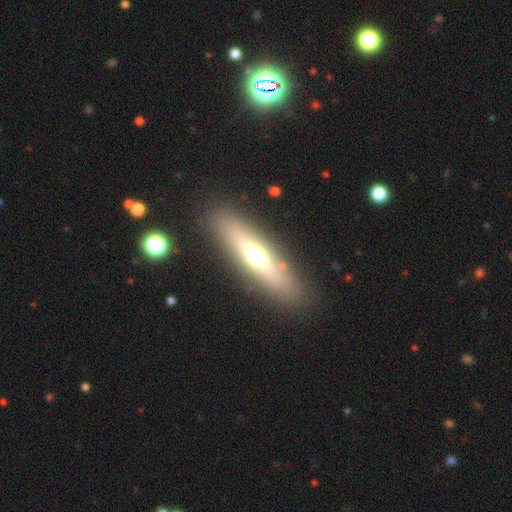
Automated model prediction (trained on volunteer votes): Smooth or featured? smooth (48%)
Merging? none (86%)